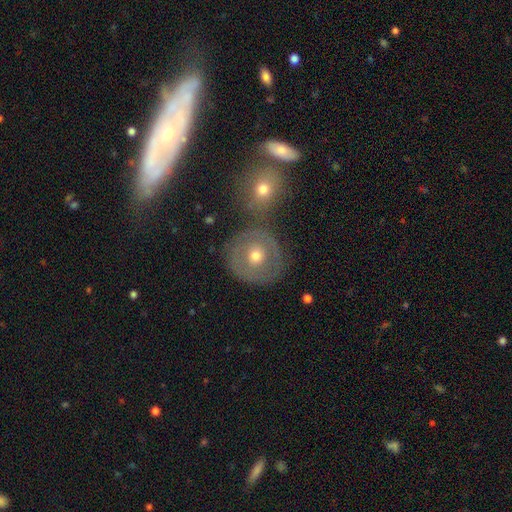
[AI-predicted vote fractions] Smooth or featured: smooth — 51% (featured or disk — 40%)
How rounded: round — 88% (in between — 11%)
Merging: none — 69% (merger — 15%)